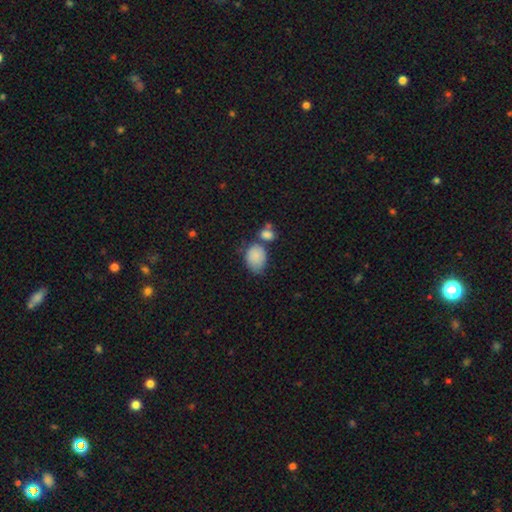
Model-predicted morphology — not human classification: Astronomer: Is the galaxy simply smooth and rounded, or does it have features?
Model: smooth — 83%.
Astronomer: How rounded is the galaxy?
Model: in between — 74%.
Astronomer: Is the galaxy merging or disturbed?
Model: none — 43% (runner-up: merger, 25%).